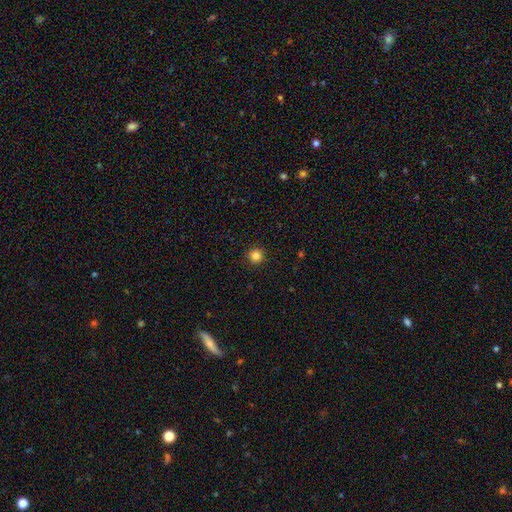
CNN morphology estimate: smooth_or_featured: smooth (p=0.84) [alt: star or artifact p=0.12]
how_rounded: round (p=0.96) [alt: in between p=0.04]
merging: none (p=0.92) [alt: minor disturbance p=0.05]